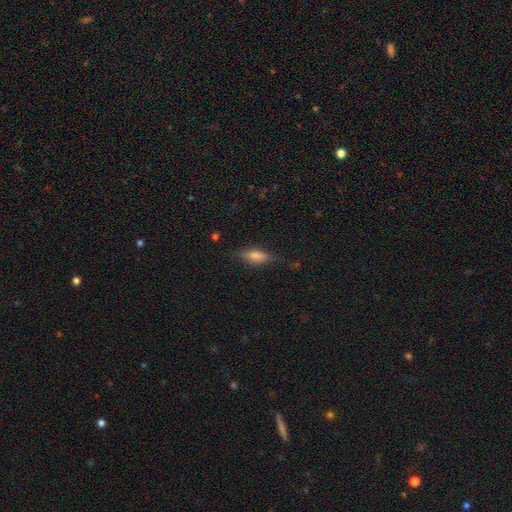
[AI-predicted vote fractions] Morphology: type=smooth (65%); roundness=in between (64%); merging=none (73%).